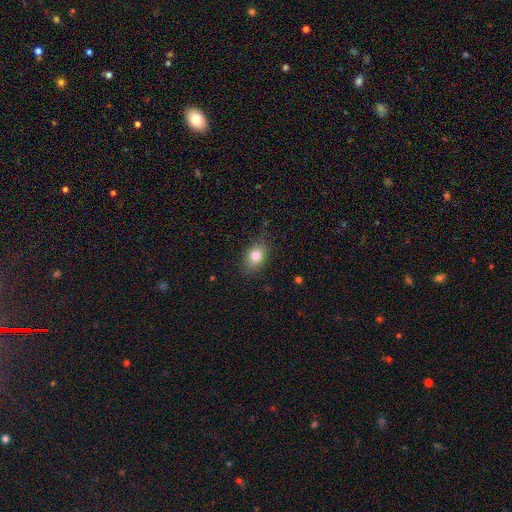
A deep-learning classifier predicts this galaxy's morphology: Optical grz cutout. It shows a smooth galaxy with no disk features (80%) that is in between round and cigar-shaped (72%). Merging: none (79%).